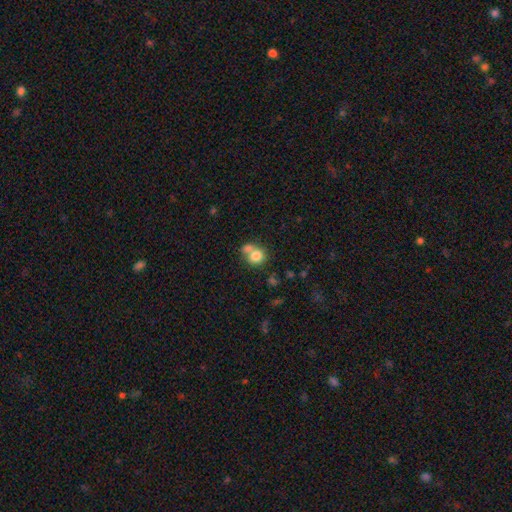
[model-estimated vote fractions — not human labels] The model was most divided on "merging": merger: 47%, none: 40%, minor disturbance: 9%, major disturbance: 4%. More confident: smooth or featured — smooth (79%); how rounded — round (74%).